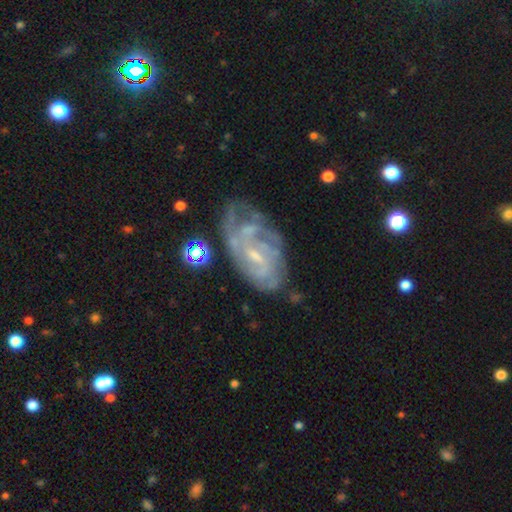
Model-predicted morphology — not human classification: Overall: featured or disk (79%). Edge-on disk: no (96%). Bar: weak (47%; no 42%). Spiral arms: yes (82%). Spiral arm count: can't tell (49%; 2 17%). Spiral winding: tight (56%; medium 33%). Bulge size: small (60%; moderate 25%). Merging: none (50%; minor disturbance 25%).